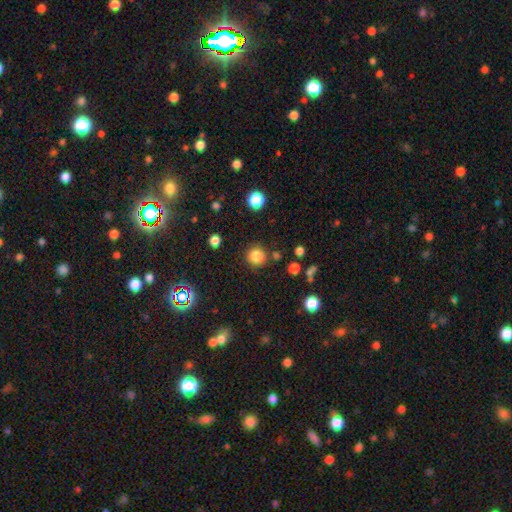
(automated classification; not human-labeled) Smooth or featured?
  - smooth: 83% *
  - star or artifact: 12%
  - featured or disk: 5%
How rounded?
  - round: 93% *
  - in between: 6%
  - cigar-shaped: 1%
Merging?
  - none: 84% *
  - minor disturbance: 9%
  - merger: 4%
  - major disturbance: 3%